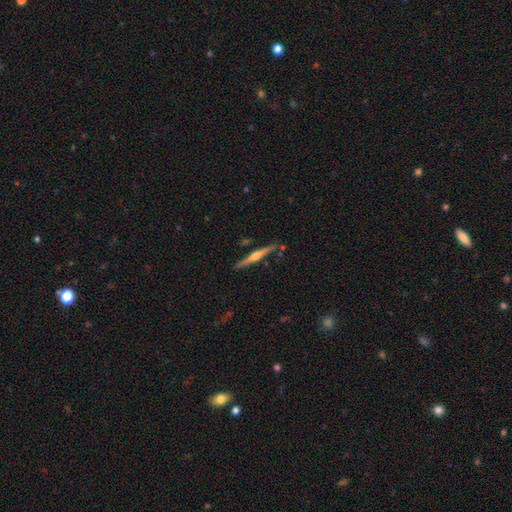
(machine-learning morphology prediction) The model was most divided on "smooth or featured": featured or disk: 75%, smooth: 19%, star or artifact: 6%. More confident: edge-on disk — yes (98%); edge-on bulge — rounded (89%); merging — none (86%).